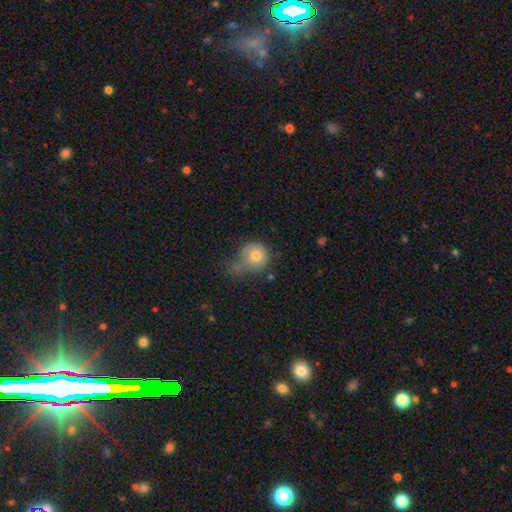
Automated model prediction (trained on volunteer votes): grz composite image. It shows a smooth galaxy with no disk features (77%) that is round (87%). Merging: none (38%).